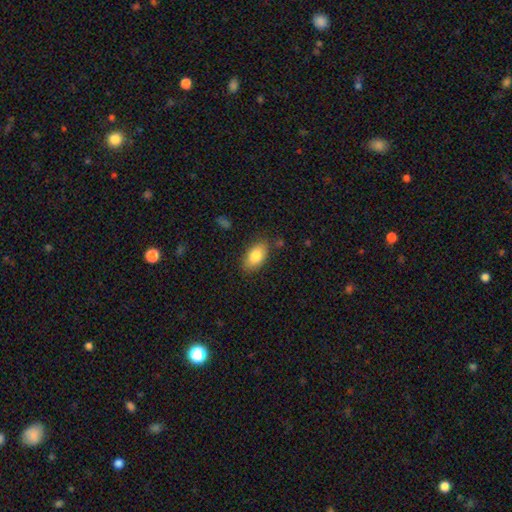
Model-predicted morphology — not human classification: This appears to be a smooth galaxy with no disk features (83%) that is in between round and cigar-shaped (91%). Merging: none (82%).